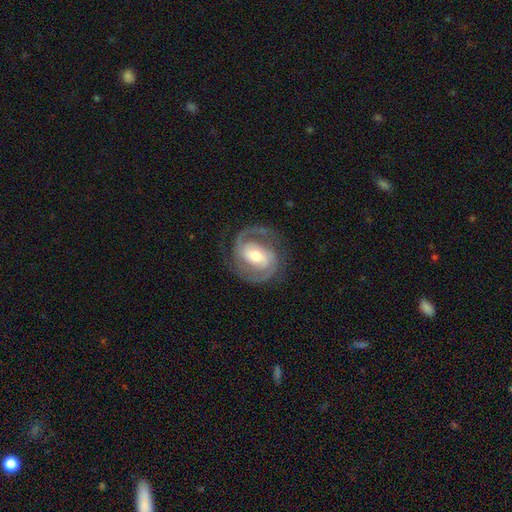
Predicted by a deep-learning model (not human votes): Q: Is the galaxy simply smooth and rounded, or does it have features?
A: featured or disk — 91%.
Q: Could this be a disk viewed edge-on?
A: no — 98%.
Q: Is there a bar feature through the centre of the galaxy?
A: weak — 43%.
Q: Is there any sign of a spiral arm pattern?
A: yes — 97%.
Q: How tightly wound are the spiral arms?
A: medium — 47%.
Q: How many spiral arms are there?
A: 2 — 91%.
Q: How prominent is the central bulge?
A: moderate — 68%.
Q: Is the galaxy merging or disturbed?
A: none — 79%.